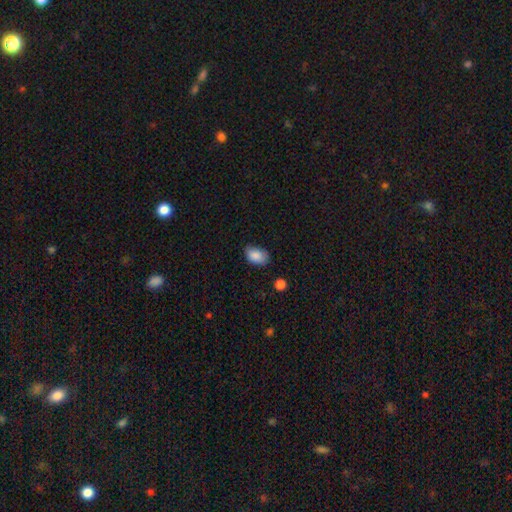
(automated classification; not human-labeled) This appears to be a smooth galaxy with no disk features (85%) that is in between round and cigar-shaped (89%). Merging: none (67%).